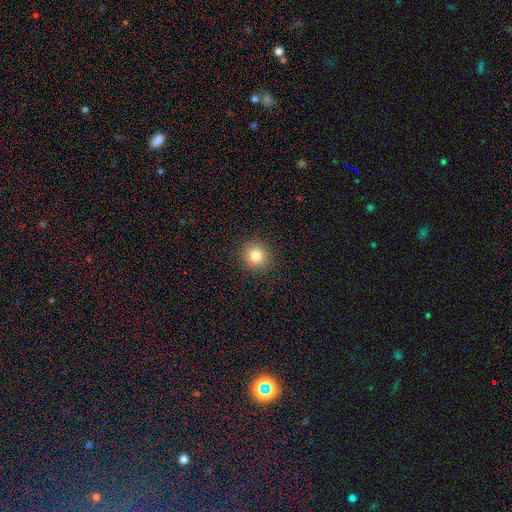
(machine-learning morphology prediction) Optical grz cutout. It shows a smooth galaxy with no disk features (80%) that is round (86%). Merging: none (89%).